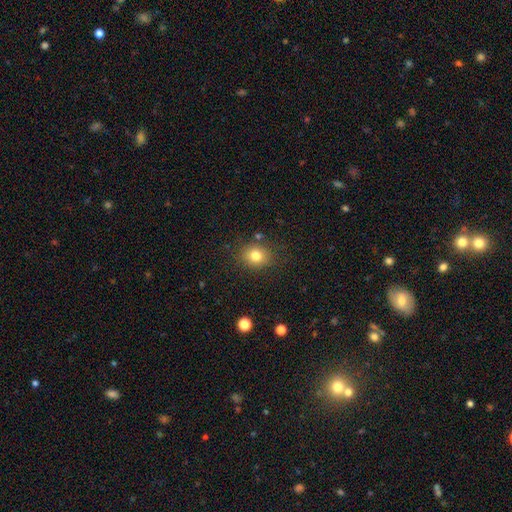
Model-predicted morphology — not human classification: smooth 80%, star or artifact 12%, featured or disk 8%. Down the decision tree: how rounded — round (74%); merging — none (83%).